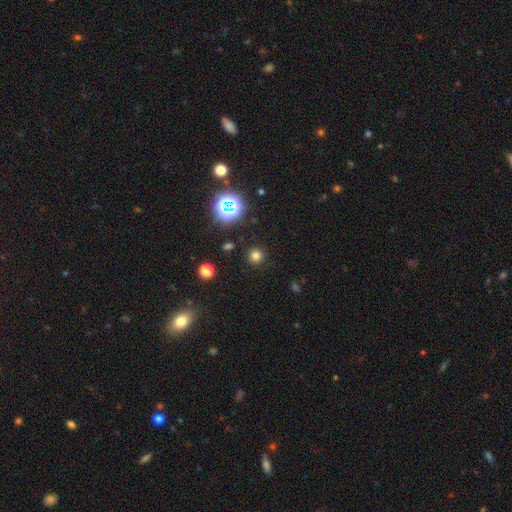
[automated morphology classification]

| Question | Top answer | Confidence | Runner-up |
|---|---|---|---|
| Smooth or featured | smooth | 73% | star or artifact (21%) |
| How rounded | round | 95% | in between (4%) |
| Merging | none | 90% | minor disturbance (5%) |